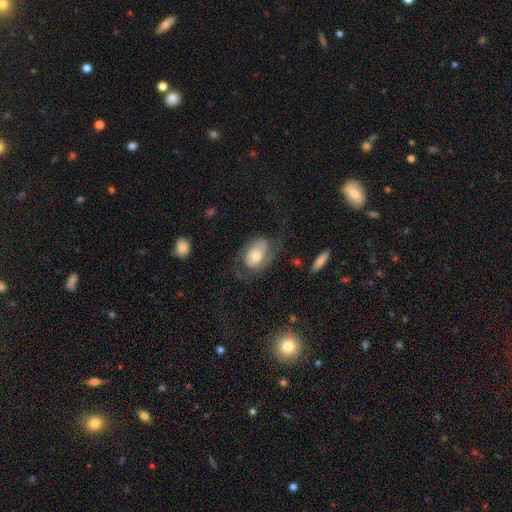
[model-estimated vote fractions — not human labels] The model was most divided on "smooth or featured": featured or disk: 50%, smooth: 43%, star or artifact: 7%. More confident: merging — none (50%).